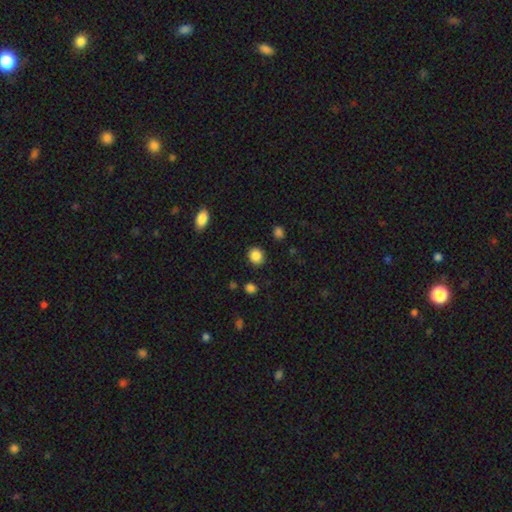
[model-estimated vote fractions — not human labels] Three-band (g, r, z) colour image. It shows a smooth galaxy with no disk features (87%) that is round (78%). Merging: none (89%).